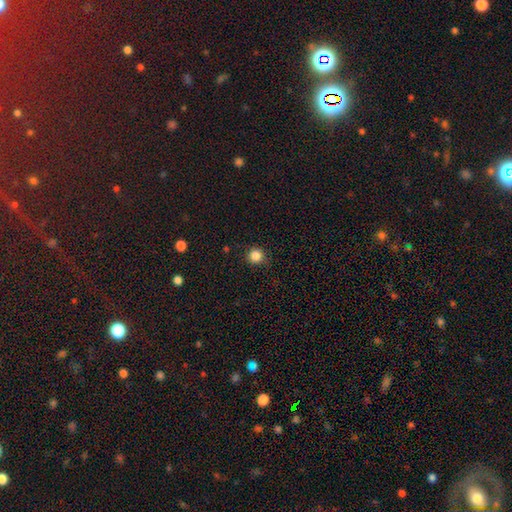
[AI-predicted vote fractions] Smooth or featured? Predicted: smooth (p=0.85). How rounded? Predicted: round (p=0.94). Merging? Predicted: none (p=0.87).